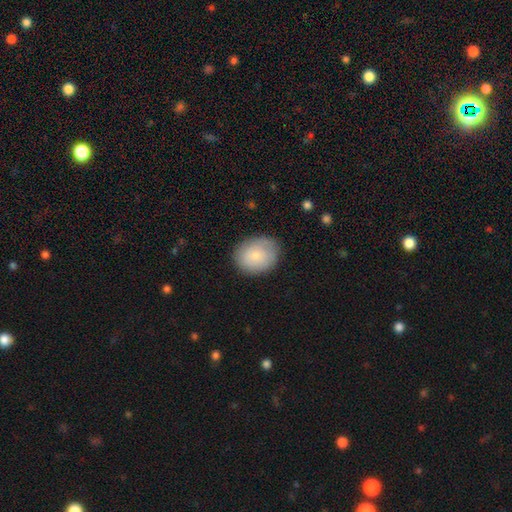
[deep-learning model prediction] Q: Smooth or featured?
A: smooth (78%); runner-up: featured or disk (15%)
Q: How rounded?
A: in between (50%); runner-up: round (49%)
Q: Merging?
A: none (80%); runner-up: minor disturbance (15%)